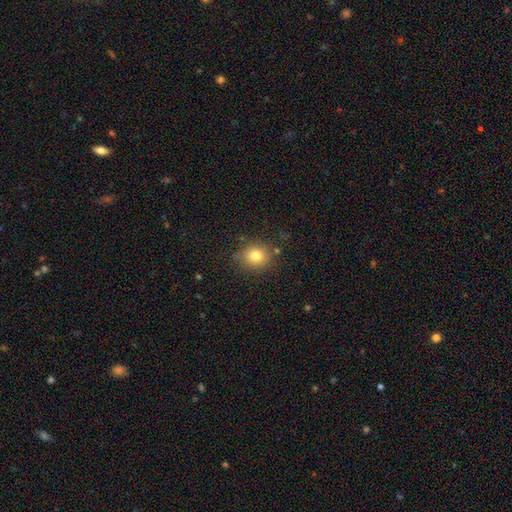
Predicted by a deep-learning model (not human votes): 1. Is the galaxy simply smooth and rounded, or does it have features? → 79% smooth, 13% star or artifact, 9% featured or disk.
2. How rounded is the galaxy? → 78% round, 21% in between, 1% cigar-shaped.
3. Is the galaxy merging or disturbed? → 83% none, 11% minor disturbance, 3% major disturbance, 2% merger.